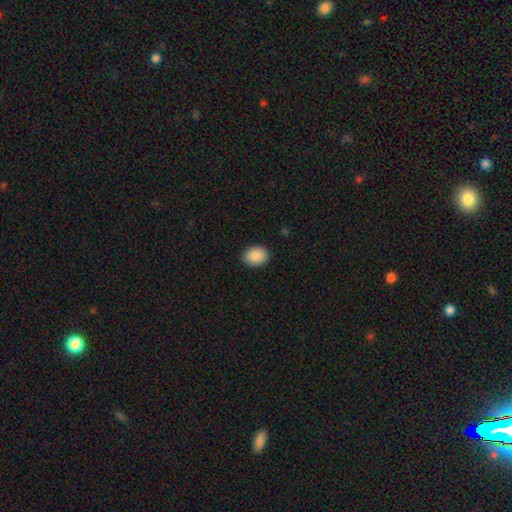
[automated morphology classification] smooth 90%, star or artifact 7%, featured or disk 3%. Down the decision tree: how rounded — in between (51%); merging — none (89%).